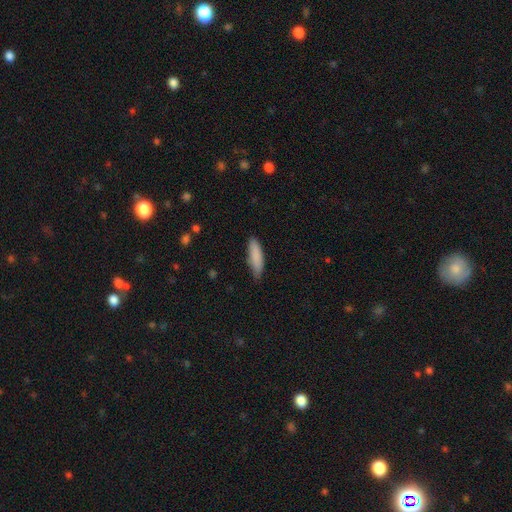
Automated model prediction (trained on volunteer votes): Overall: smooth (87%). How rounded: cigar-shaped (59%; in between 39%). Merging: none (74%).